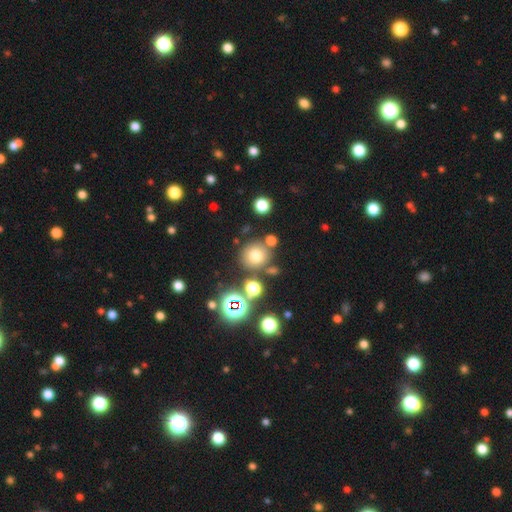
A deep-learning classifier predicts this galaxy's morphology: Smooth or featured? Predicted: smooth (p=0.68). How rounded? Predicted: round (p=0.87). Merging? Predicted: none (p=0.74).